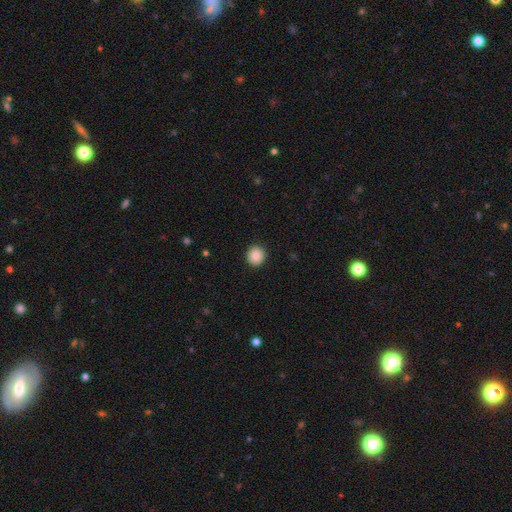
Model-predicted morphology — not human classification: This appears to be a smooth galaxy with no disk features (88%) that is round (89%). Merging: none (92%).